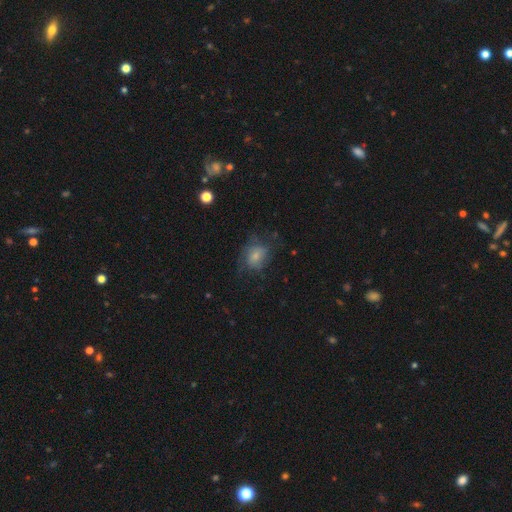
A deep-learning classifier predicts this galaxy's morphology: Smooth or featured?
  - smooth: 62% *
  - featured or disk: 28%
  - star or artifact: 10%
How rounded?
  - round: 49% * (tied)
  - in between: 49% * (tied)
  - cigar-shaped: 1%
Merging?
  - none: 51% *
  - minor disturbance: 27%
  - major disturbance: 21%
  - merger: 2%